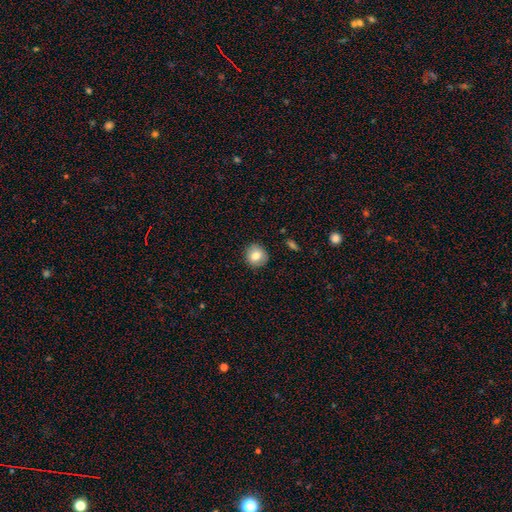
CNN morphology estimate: Smooth or featured: smooth — 81% (featured or disk — 10%)
How rounded: round — 91% (in between — 8%)
Merging: none — 89% (minor disturbance — 8%)